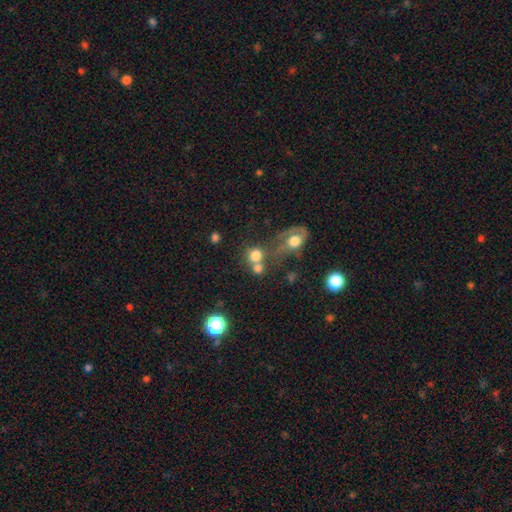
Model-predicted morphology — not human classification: Smooth or featured? Predicted: smooth (p=0.74). How rounded? Predicted: round (p=0.79). Merging? Predicted: merger (p=0.43).